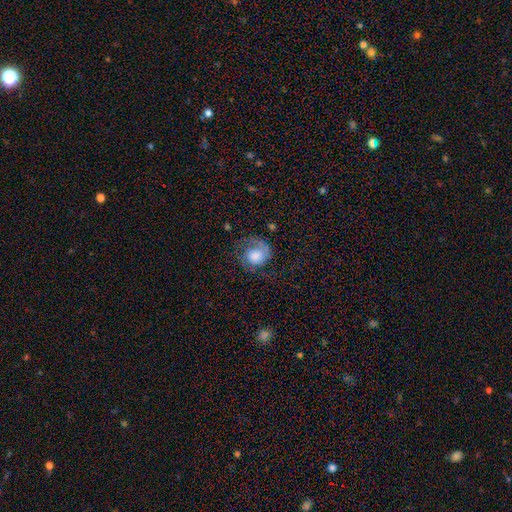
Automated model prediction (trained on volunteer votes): This appears to be a featured or disk galaxy (54%) with no bar (75%), spiral arms (88%) and a large central bulge (45%). Merging: none (51%).